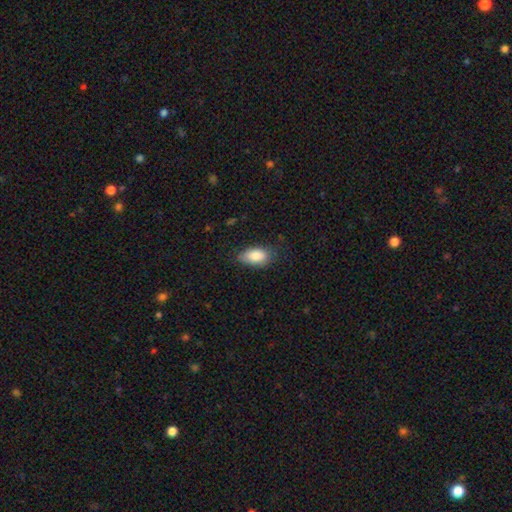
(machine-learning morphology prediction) Q: Smooth or featured?
A: smooth (86%); runner-up: featured or disk (7%)
Q: How rounded?
A: in between (91%); runner-up: cigar-shaped (4%)
Q: Merging?
A: none (70%); runner-up: minor disturbance (23%)